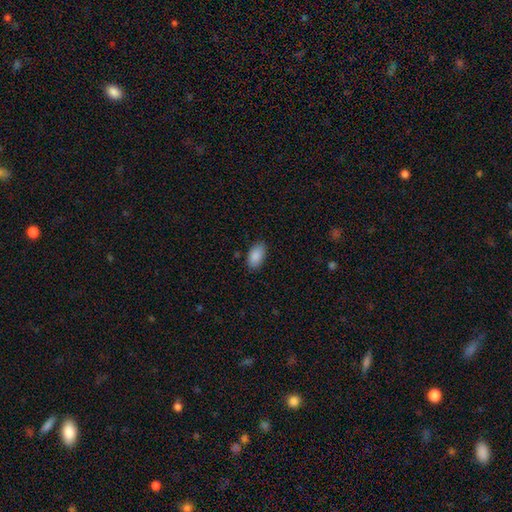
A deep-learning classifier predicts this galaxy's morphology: The model was most divided on "merging": none: 85%, minor disturbance: 11%, major disturbance: 2%, merger: 1%. More confident: how rounded — in between (94%); smooth or featured — smooth (89%).